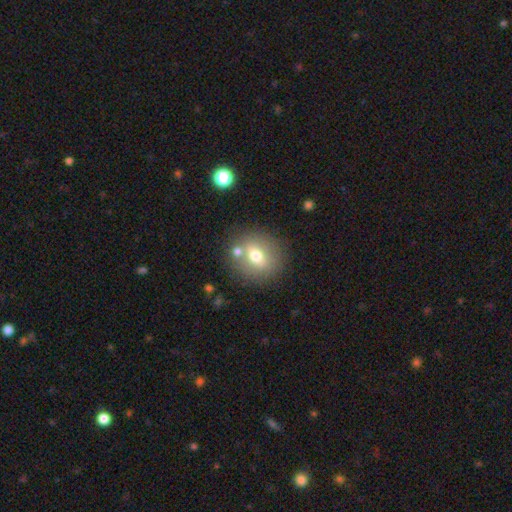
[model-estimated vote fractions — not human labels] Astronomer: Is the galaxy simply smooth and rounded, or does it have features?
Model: smooth — 60%.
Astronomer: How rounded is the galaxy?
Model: round — 75%.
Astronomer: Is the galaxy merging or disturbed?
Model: none — 74%.